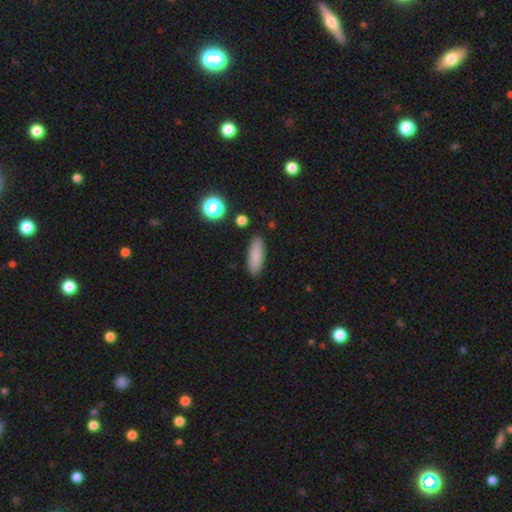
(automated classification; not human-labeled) Morphology: type=smooth (85%); roundness=in between (55%); merging=none (88%).